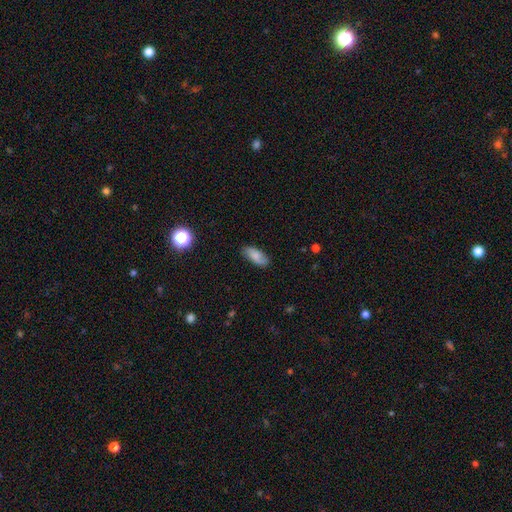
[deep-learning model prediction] The model was most divided on "smooth or featured": smooth: 72%, featured or disk: 20%, star or artifact: 8%. More confident: how rounded — in between (85%); merging — none (81%).